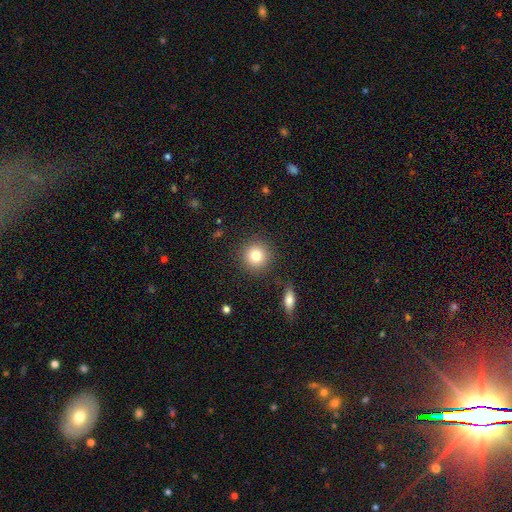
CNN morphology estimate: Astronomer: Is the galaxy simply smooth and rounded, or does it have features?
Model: smooth — 81%.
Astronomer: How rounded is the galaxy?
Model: round — 93%.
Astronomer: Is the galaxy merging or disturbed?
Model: none — 88%.